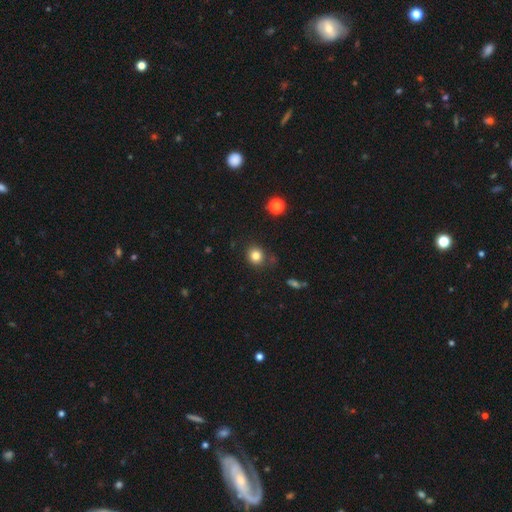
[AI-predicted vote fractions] Morphology: type=smooth (81%); roundness=round (82%); merging=none (82%).